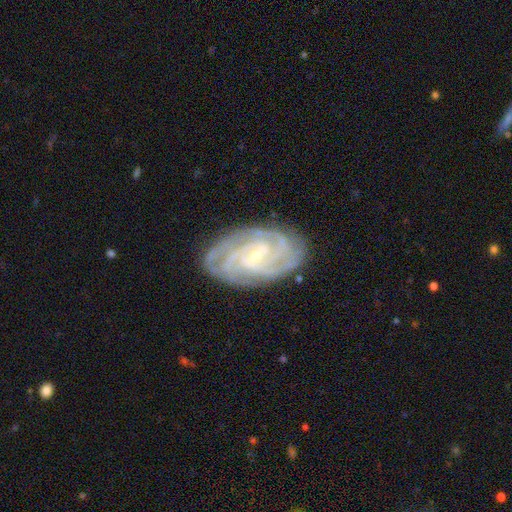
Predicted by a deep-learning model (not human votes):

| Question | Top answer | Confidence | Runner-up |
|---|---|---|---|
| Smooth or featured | featured or disk | 89% | smooth (6%) |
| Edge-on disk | no | 97% | yes (3%) |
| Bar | weak | 51% | strong (26%) |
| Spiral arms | yes | 98% | no (2%) |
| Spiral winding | tight | 73% | medium (23%) |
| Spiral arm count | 4 | 31% | 3 (22%) |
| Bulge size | small | 73% | moderate (22%) |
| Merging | none | 82% | minor disturbance (14%) |